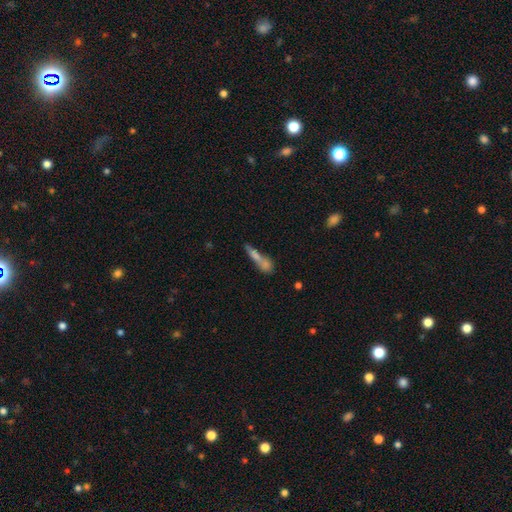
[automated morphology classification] Smooth or featured?
  - smooth: 61% *
  - featured or disk: 28%
  - star or artifact: 11%
How rounded?
  - cigar-shaped: 76% *
  - in between: 19%
  - round: 4%
Merging?
  - merger: 44% *
  - none: 36%
  - minor disturbance: 12%
  - major disturbance: 8%